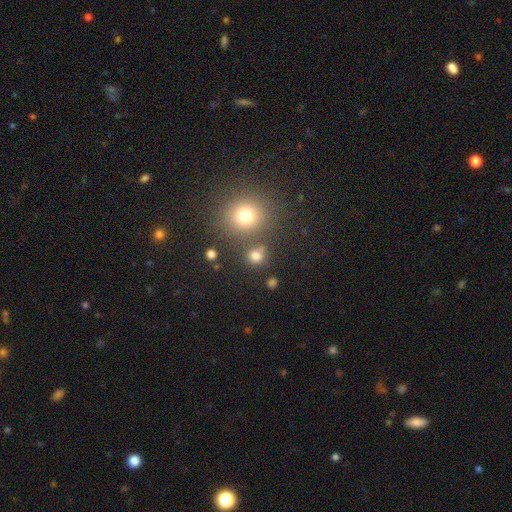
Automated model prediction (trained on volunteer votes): Smooth or featured? smooth (75%)
How rounded? round (83%)
Merging? none (71%)